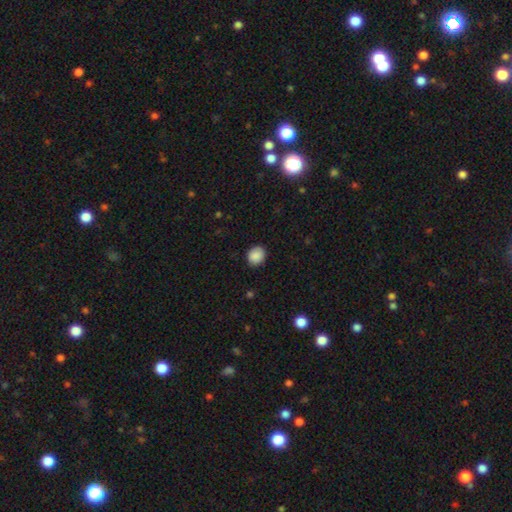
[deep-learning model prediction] smooth-or-featured: smooth: 89% | star or artifact: 8% | featured or disk: 3%
  how-rounded: round: 70% | in between: 29% | cigar-shaped: 1%
  merging: none: 88% | minor disturbance: 9% | major disturbance: 2% | merger: 1%